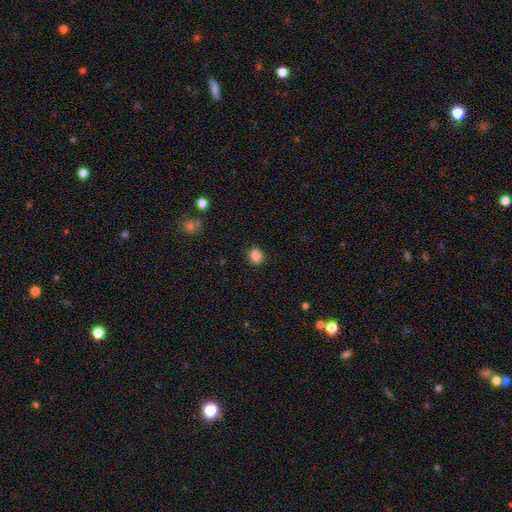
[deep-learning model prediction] Smooth or featured?
  - smooth: 87% *
  - star or artifact: 10%
  - featured or disk: 4%
How rounded?
  - round: 50% *
  - in between: 49%
  - cigar-shaped: 1%
Merging?
  - none: 88% *
  - minor disturbance: 9%
  - major disturbance: 2%
  - merger: 1%